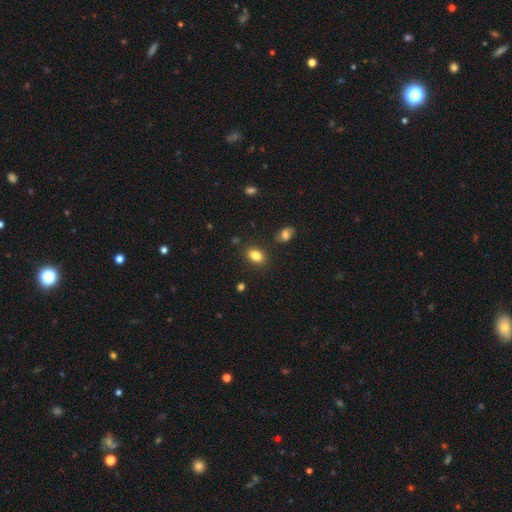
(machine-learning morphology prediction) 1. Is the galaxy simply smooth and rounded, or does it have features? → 84% smooth, 9% star or artifact, 7% featured or disk.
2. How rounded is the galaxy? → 85% in between, 13% round, 2% cigar-shaped.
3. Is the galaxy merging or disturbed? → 85% none, 10% minor disturbance, 3% merger, 2% major disturbance.